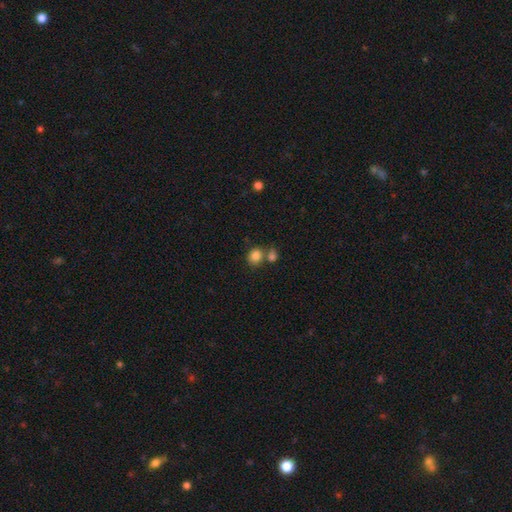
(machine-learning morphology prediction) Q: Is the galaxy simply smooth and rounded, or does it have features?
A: smooth — 84%.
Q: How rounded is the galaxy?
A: round — 73%.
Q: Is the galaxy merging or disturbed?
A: none — 53%.